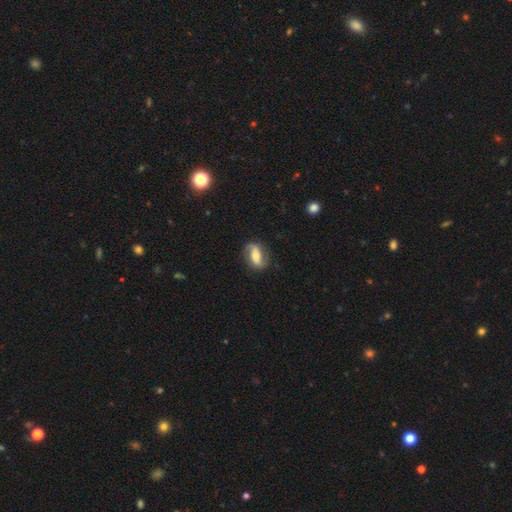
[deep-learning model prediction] featured or disk 69%, smooth 24%, star or artifact 7%. Down the decision tree: edge-on disk — no (94%); bar — strong (41%); spiral arms — yes (89%); spiral arm count — 2 (83%); spiral winding — loose (44%); bulge size — moderate (60%); merging — none (76%).